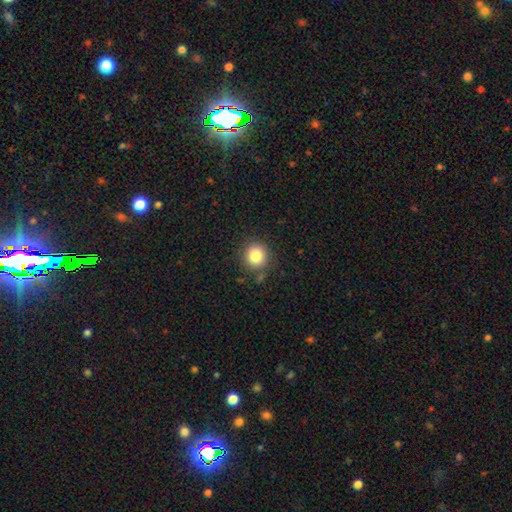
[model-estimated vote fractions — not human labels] Smooth or featured? smooth (83%)
How rounded? round (90%)
Merging? none (86%)